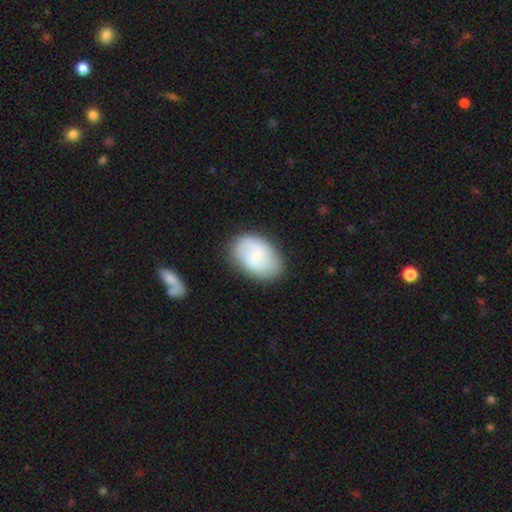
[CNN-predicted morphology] A smooth galaxy with no disk features (49%).

Vote fractions:
- Smooth or featured? smooth: 49% / featured or disk: 44% / star or artifact: 7%
- Merging? none: 77% / minor disturbance: 16% / major disturbance: 5% / merger: 2%